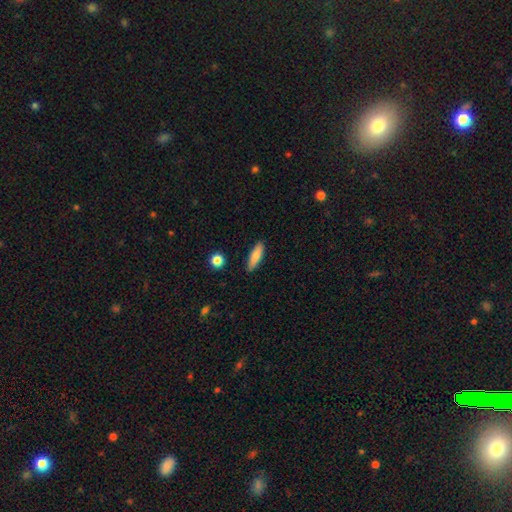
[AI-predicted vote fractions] Q: Smooth or featured?
A: smooth (83%); runner-up: featured or disk (11%)
Q: How rounded?
A: cigar-shaped (62%); runner-up: in between (36%)
Q: Merging?
A: none (87%); runner-up: minor disturbance (9%)